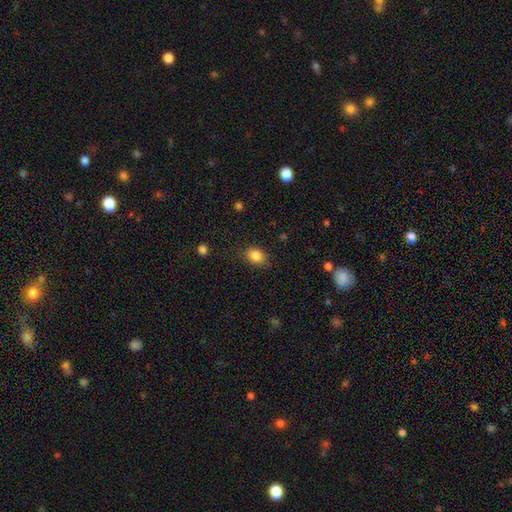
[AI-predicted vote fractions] smooth_or_featured: smooth (p=0.86) [alt: star or artifact p=0.09]
how_rounded: in between (p=0.73) [alt: round p=0.26]
merging: none (p=0.80) [alt: minor disturbance p=0.15]